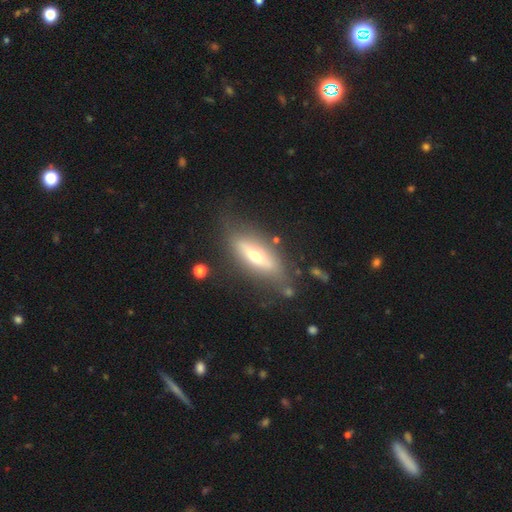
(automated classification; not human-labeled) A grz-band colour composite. It shows a featured or disk galaxy (55%) viewed edge-on (62%). Merging: none (69%).